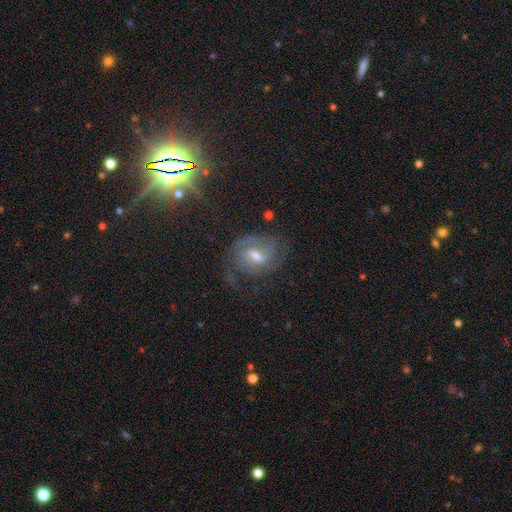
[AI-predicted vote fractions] smooth-or-featured: featured or disk: 77% | smooth: 12% | star or artifact: 11%
  disk-edge-on: no: 96% | yes: 4%
    bar: weak: 58% | strong: 22% | no: 20%
    has-spiral-arms: yes: 94% | no: 6%
      spiral-winding: medium: 45% | tight: 40% | loose: 15%
      spiral-arm-count: 2: 51% | can't tell: 22% | 3: 14% | 1: 6% | 4: 4% | more than 4: 3%
    bulge-size: moderate: 59% | small: 31% | large: 5% | none: 3% | dominant: 1%
  merging: none: 62% | minor disturbance: 21% | major disturbance: 15% | merger: 2%